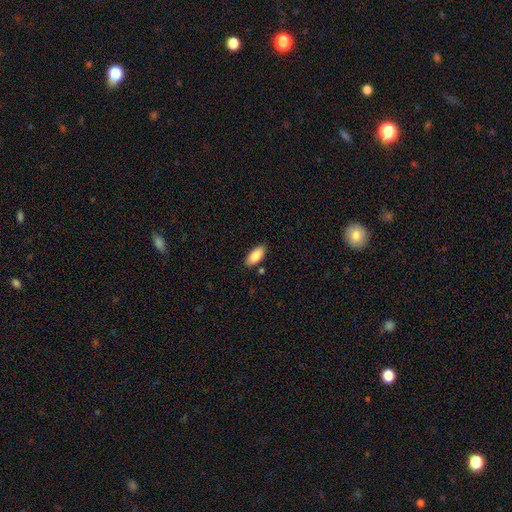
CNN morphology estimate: The model was most divided on "merging": none: 85%, minor disturbance: 10%, merger: 3%, major disturbance: 2%. More confident: smooth or featured — smooth (88%); how rounded — in between (87%).